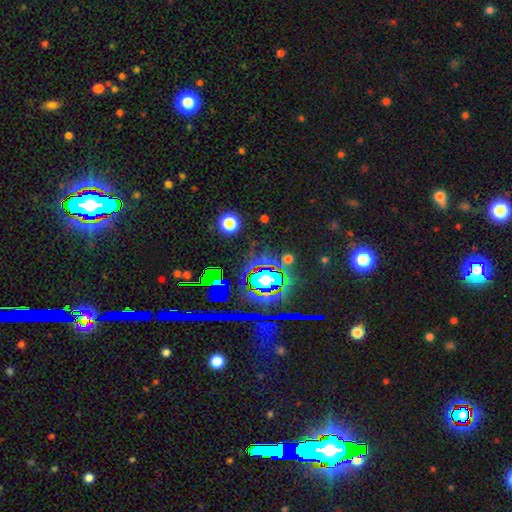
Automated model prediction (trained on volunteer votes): star or artifact 81%, smooth 10%, featured or disk 9%.